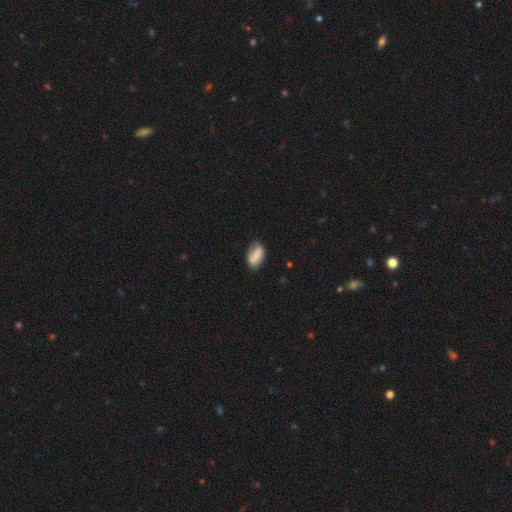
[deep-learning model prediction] Overall: smooth (80%). How rounded: in between (89%). Merging: none (68%).